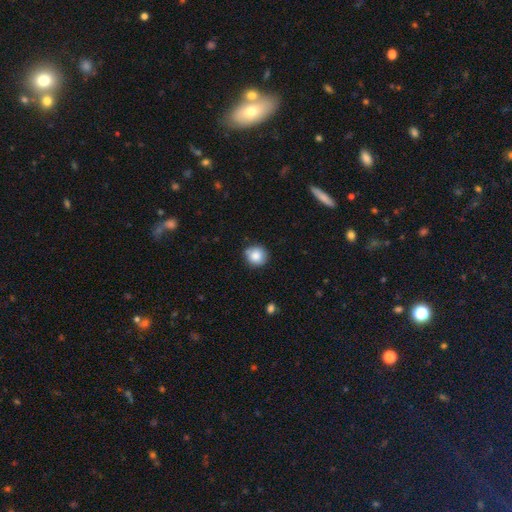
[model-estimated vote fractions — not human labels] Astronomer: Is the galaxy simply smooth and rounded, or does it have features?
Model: smooth — 84%.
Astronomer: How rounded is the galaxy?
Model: round — 90%.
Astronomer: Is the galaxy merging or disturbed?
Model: none — 79%.